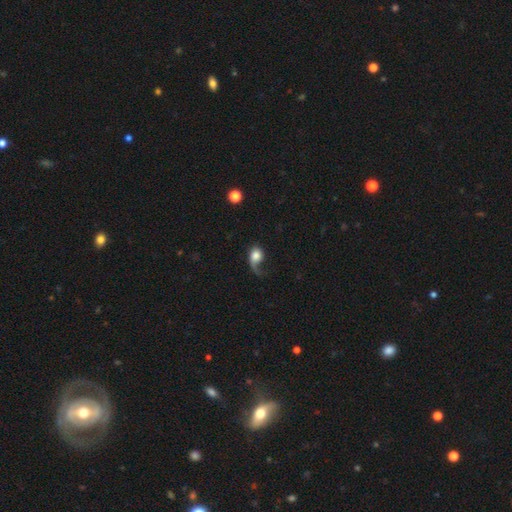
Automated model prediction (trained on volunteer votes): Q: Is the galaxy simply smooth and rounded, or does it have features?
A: smooth — 61%.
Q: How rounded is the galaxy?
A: round — 52%.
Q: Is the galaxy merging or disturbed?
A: major disturbance — 46%.